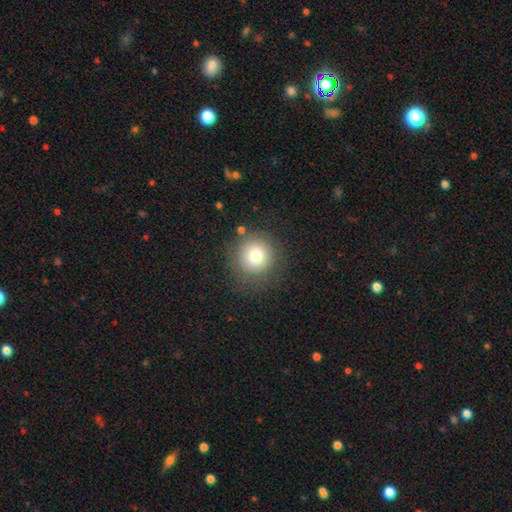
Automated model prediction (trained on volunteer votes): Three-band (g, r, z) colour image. It shows a smooth galaxy with no disk features (77%) that is round (93%). Merging: none (80%).